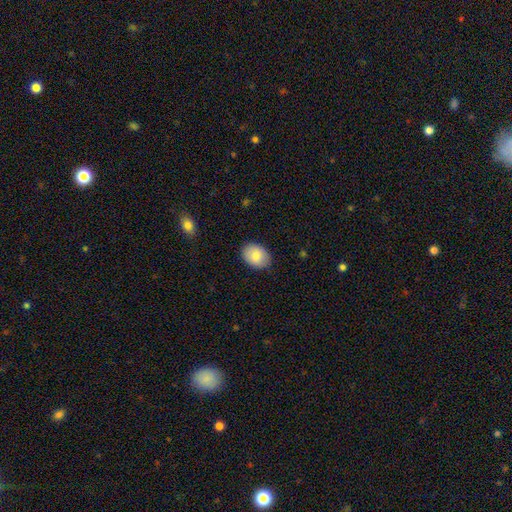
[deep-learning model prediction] smooth-or-featured: smooth: 84% | featured or disk: 9% | star or artifact: 7%
  how-rounded: in between: 67% | round: 32% | cigar-shaped: 1%
  merging: none: 85% | minor disturbance: 12% | major disturbance: 2% | merger: 1%